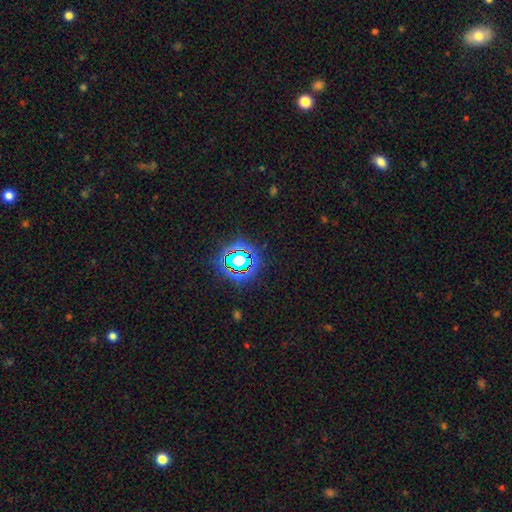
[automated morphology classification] smooth_or_featured: star or artifact (p=0.76) [alt: smooth p=0.17]